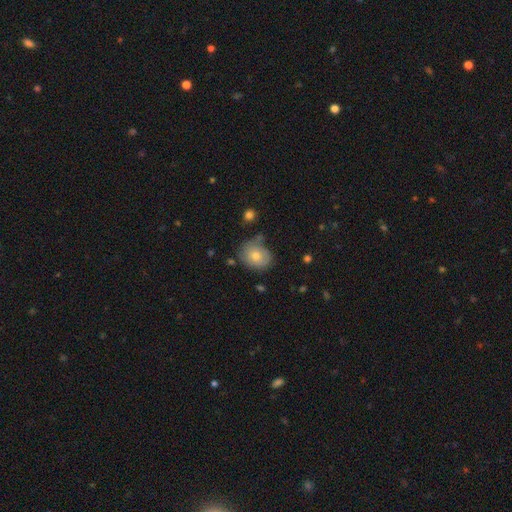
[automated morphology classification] Smooth or featured?
  - smooth: 67% *
  - featured or disk: 22%
  - star or artifact: 10%
How rounded?
  - round: 63% *
  - in between: 36%
  - cigar-shaped: 1%
Merging?
  - none: 65% *
  - minor disturbance: 24%
  - major disturbance: 6%
  - merger: 5%